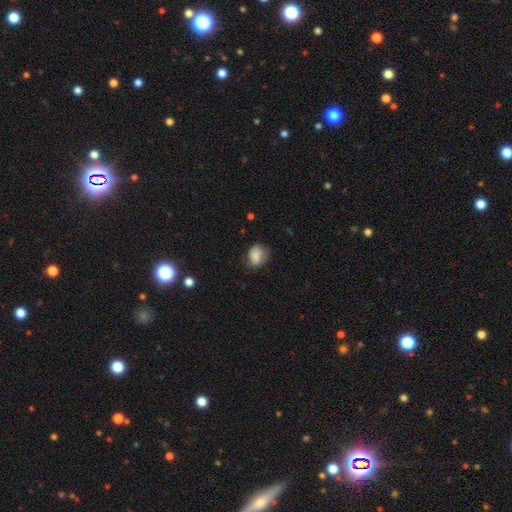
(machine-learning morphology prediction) This is likely a smooth galaxy (80%). How rounded: possibly in between (52%). Merging: likely none (61%).